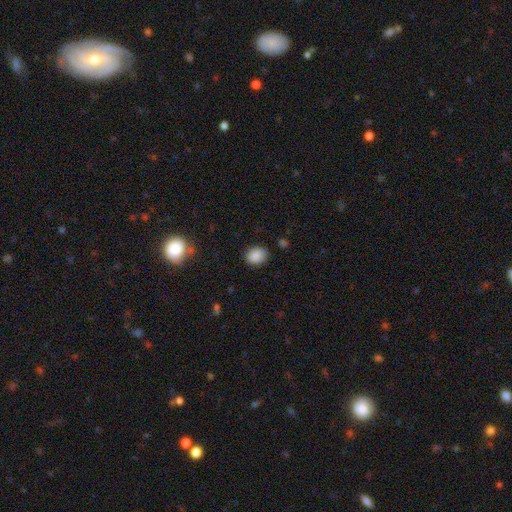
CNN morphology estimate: This is clearly a smooth galaxy (86%). How rounded: possibly round (52%). Merging: clearly none (84%).